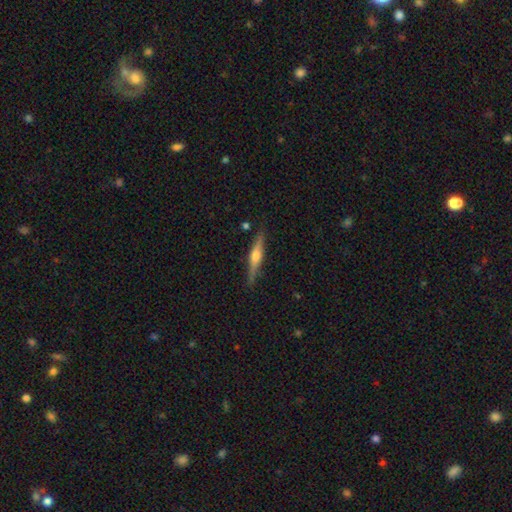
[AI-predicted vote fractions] Smooth or featured?
  - featured or disk: 68% *
  - smooth: 26%
  - star or artifact: 6%
Edge-on disk?
  - yes: 97% *
  - no: 3%
Edge-on bulge?
  - rounded: 88% *
  - boxy: 8%
  - none: 4%
Merging?
  - none: 86% *
  - minor disturbance: 10%
  - major disturbance: 2%
  - merger: 2%